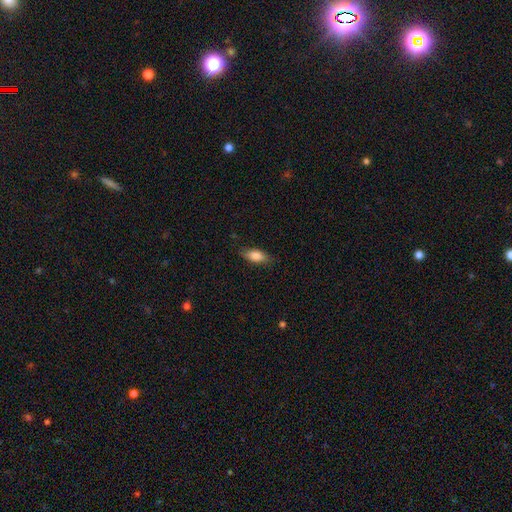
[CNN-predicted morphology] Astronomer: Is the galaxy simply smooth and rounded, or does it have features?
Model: smooth — 82%.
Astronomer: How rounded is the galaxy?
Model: in between — 80%.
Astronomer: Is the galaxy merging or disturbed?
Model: none — 81%.